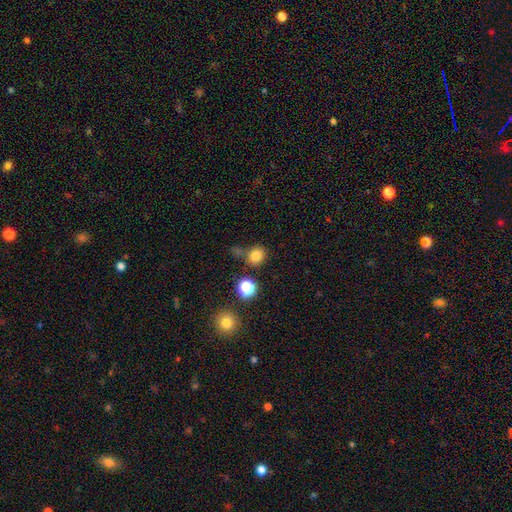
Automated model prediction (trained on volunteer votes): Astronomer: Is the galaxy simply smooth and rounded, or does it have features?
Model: smooth — 79%.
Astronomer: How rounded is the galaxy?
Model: round — 72%.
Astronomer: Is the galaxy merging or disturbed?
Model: none — 70%.